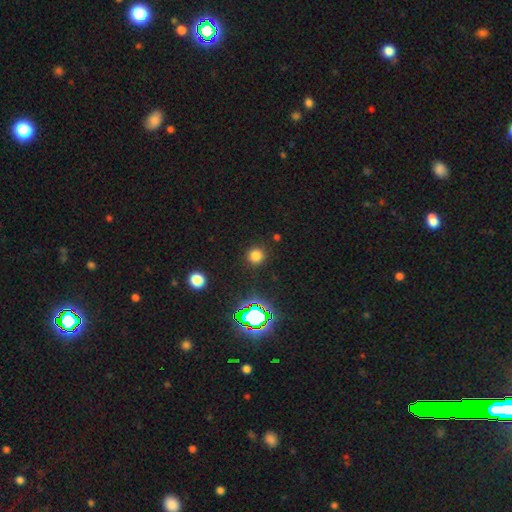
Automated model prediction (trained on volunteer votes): smooth_or_featured: smooth (p=0.74) [alt: star or artifact p=0.21]
how_rounded: round (p=0.93) [alt: in between p=0.06]
merging: none (p=0.90) [alt: minor disturbance p=0.06]